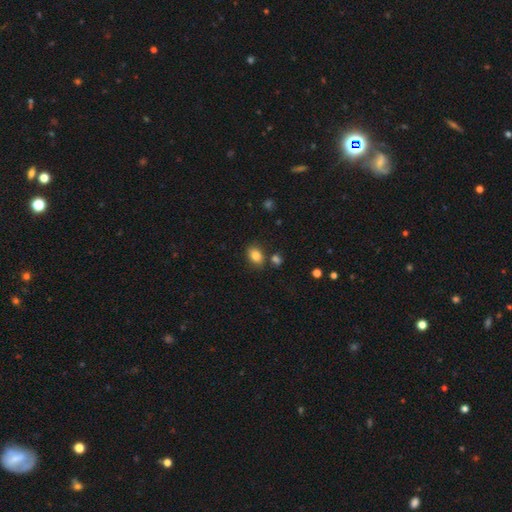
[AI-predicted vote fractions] A smooth galaxy with no disk features (84%) that is in between round and cigar-shaped (70%).

Vote fractions:
- Smooth or featured? smooth: 84% / star or artifact: 10% / featured or disk: 6%
- How rounded? in between: 70% / round: 29% / cigar-shaped: 1%
- Merging? none: 74% / minor disturbance: 14% / merger: 9% / major disturbance: 4%